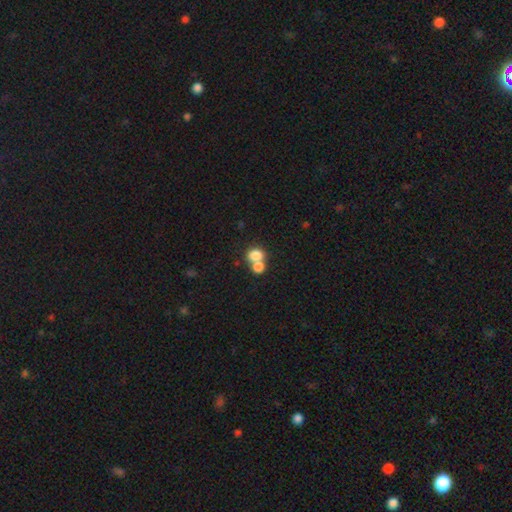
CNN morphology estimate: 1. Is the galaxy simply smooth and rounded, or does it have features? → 79% smooth, 11% featured or disk, 10% star or artifact.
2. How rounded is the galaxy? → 56% round, 43% in between, 1% cigar-shaped.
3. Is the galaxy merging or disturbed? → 61% merger, 30% none, 6% minor disturbance, 3% major disturbance.